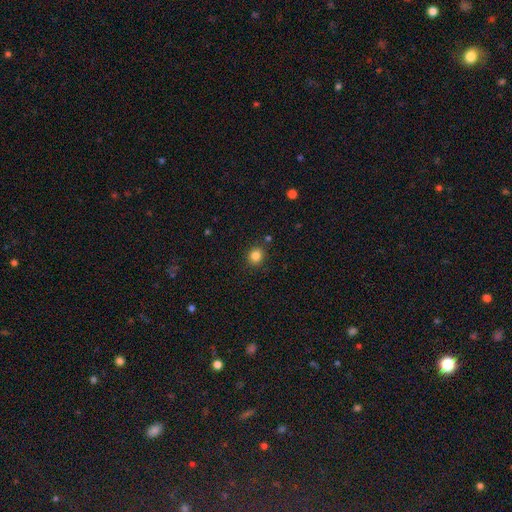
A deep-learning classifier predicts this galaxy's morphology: Smooth or featured: smooth — 83% (star or artifact — 12%)
How rounded: round — 84% (in between — 15%)
Merging: none — 86% (minor disturbance — 8%)